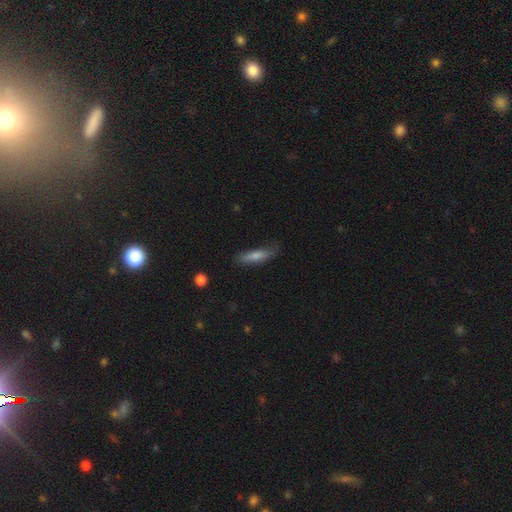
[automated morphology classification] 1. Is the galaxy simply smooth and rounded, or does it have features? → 58% smooth, 32% featured or disk, 9% star or artifact.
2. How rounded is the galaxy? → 78% cigar-shaped, 20% in between, 2% round.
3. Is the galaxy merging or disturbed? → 73% none, 21% minor disturbance, 5% major disturbance, 2% merger.